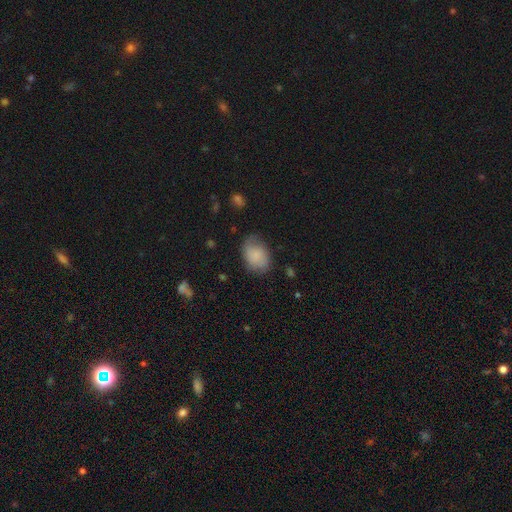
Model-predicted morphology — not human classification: smooth_or_featured: smooth (p=0.73) [alt: featured or disk p=0.19]
how_rounded: in between (p=0.74) [alt: round p=0.25]
merging: none (p=0.64) [alt: minor disturbance p=0.26]